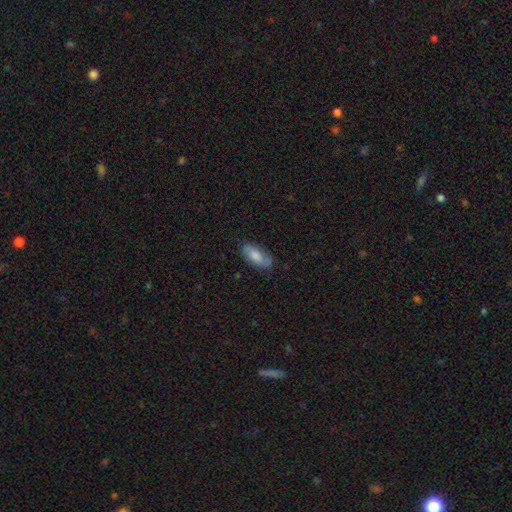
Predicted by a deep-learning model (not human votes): smooth 66%, featured or disk 27%, star or artifact 7%. Down the decision tree: how rounded — in between (89%); merging — none (72%).